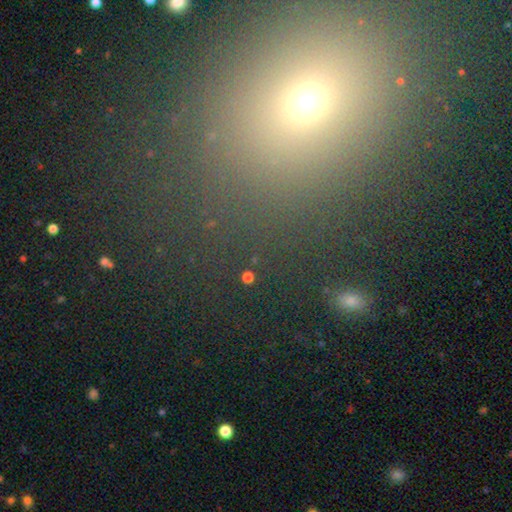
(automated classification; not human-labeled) This appears to be a smooth galaxy with no disk features (49%). Merging: none (83%).